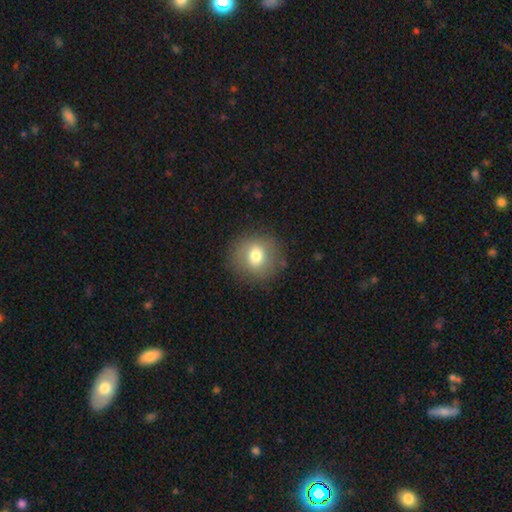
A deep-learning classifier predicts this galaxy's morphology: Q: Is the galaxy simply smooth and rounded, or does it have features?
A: smooth — 73%.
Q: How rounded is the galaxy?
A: round — 87%.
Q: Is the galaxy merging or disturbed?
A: none — 85%.